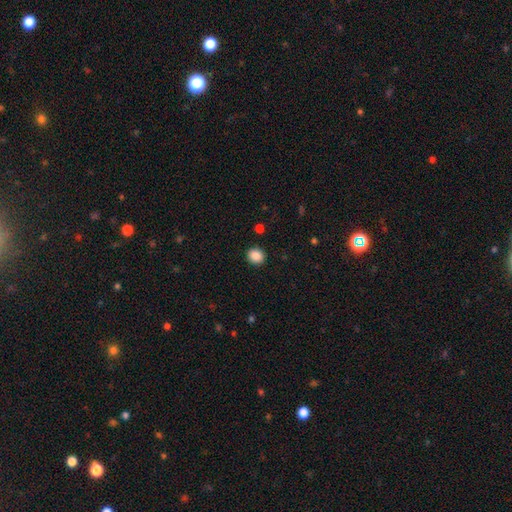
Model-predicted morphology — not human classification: This appears to be a smooth galaxy with no disk features (88%) that is round (73%). Merging: none (91%).